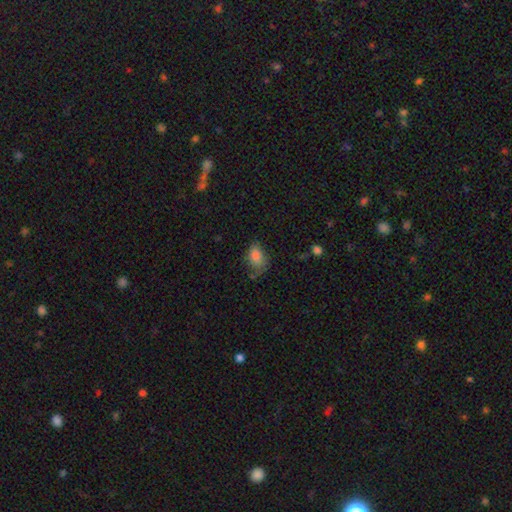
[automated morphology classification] This appears to be a smooth galaxy with no disk features (82%) that is in between round and cigar-shaped (87%). Merging: none (51%).